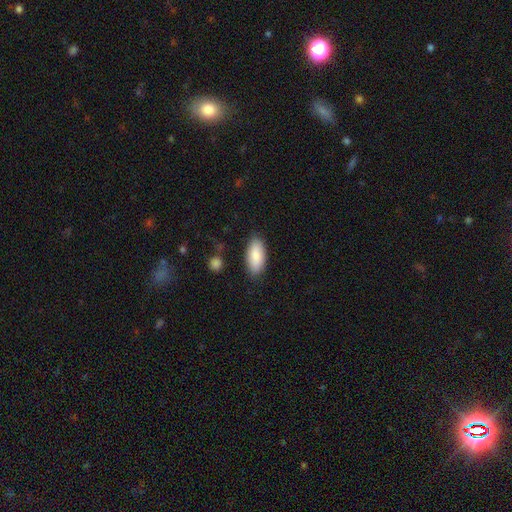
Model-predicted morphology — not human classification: Smooth or featured? smooth (86%)
How rounded? in between (89%)
Merging? none (84%)